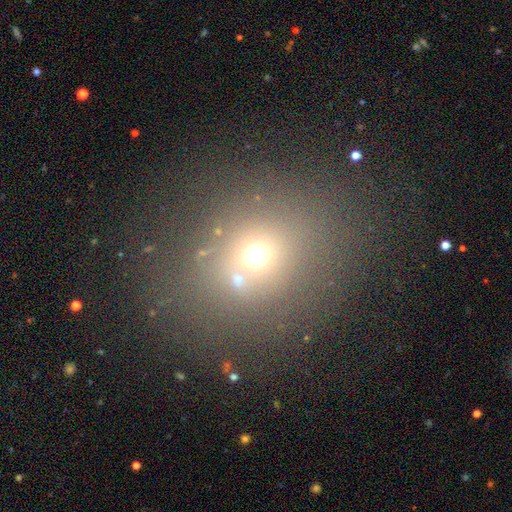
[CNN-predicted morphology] A smooth galaxy with no disk features (60%) that is round (71%). Merging: none (70%).